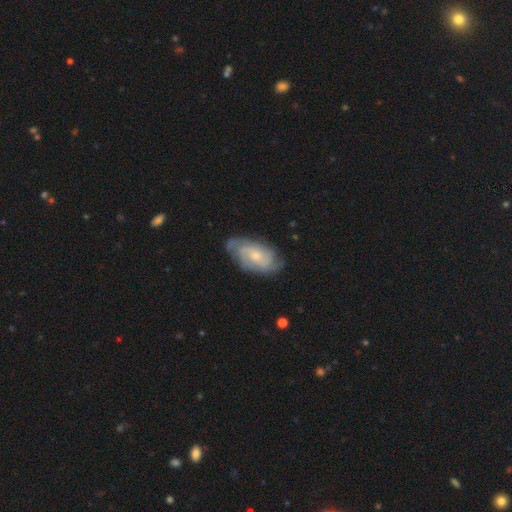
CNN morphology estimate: A featured or disk galaxy (74%) with no bar (67%), tight (54%) spiral arms (92%) and a small central bulge (55%). Merging: none (71%).